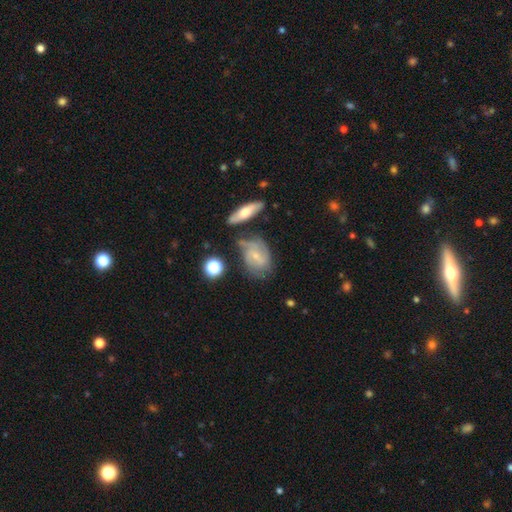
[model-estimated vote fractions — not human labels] smooth_or_featured: featured or disk (p=0.67) [alt: smooth p=0.25]
disk_edge_on: no (p=0.93) [alt: yes p=0.07]
bar: no (p=0.54) [alt: weak p=0.38]
has_spiral_arms: yes (p=0.85) [alt: no p=0.15]
spiral_winding: tight (p=0.43) [alt: medium p=0.40]
spiral_arm_count: 2 (p=0.36) [alt: can't tell p=0.35]
bulge_size: small (p=0.71) [alt: moderate p=0.22]
merging: none (p=0.52) [alt: minor disturbance p=0.23]